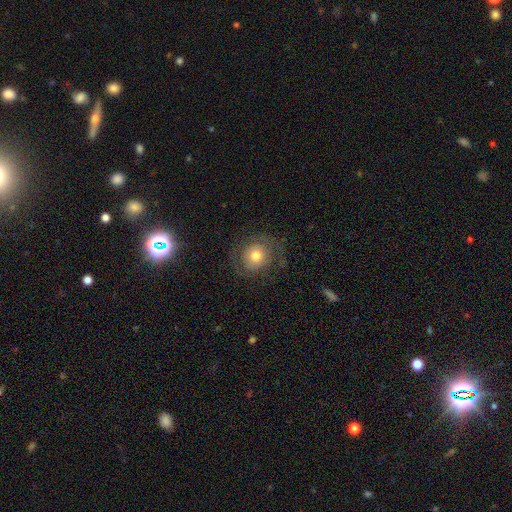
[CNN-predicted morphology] smooth_or_featured: smooth (p=0.57) [alt: featured or disk p=0.34]
how_rounded: round (p=0.83) [alt: in between p=0.16]
merging: none (p=0.72) [alt: minor disturbance p=0.15]